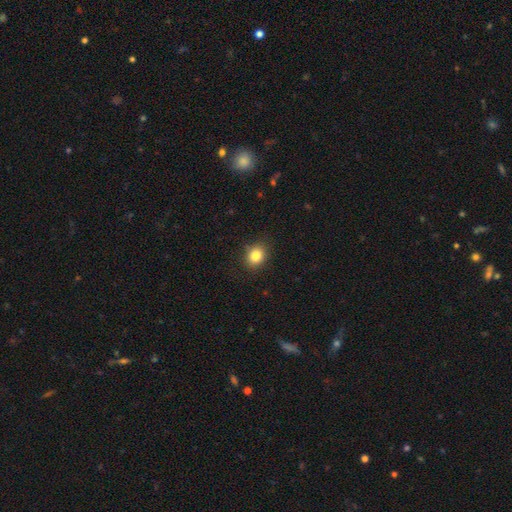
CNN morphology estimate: smooth-or-featured: smooth: 84% | star or artifact: 10% | featured or disk: 6%
  how-rounded: round: 56% | in between: 43% | cigar-shaped: 1%
  merging: none: 87% | minor disturbance: 10% | major disturbance: 3% | merger: 1%